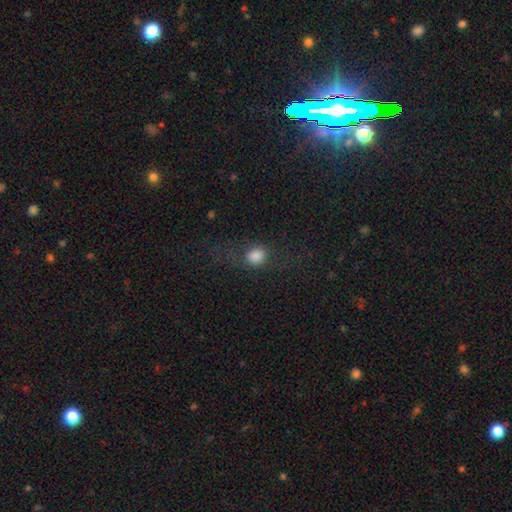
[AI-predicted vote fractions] This is likely a smooth galaxy (78%). How rounded: likely round (64%). Merging: possibly none (59%).